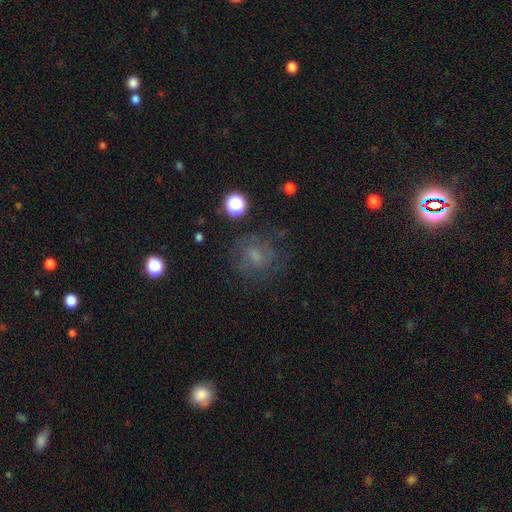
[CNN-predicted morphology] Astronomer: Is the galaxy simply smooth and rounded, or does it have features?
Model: smooth — 44% (runner-up: featured or disk, 36%).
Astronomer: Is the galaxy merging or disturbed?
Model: none — 65%.